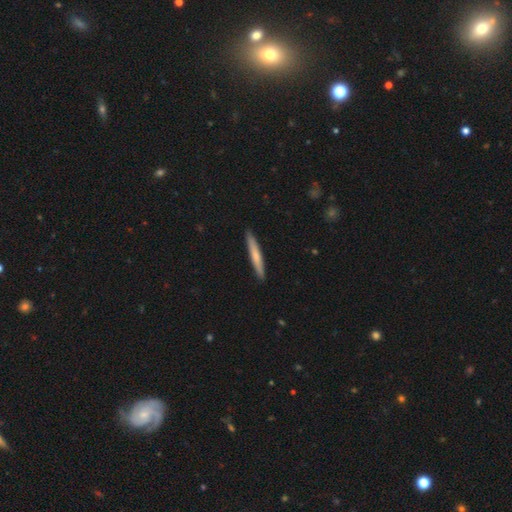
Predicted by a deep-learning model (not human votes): Smooth or featured? smooth (65%)
How rounded? cigar-shaped (96%)
Merging? none (91%)